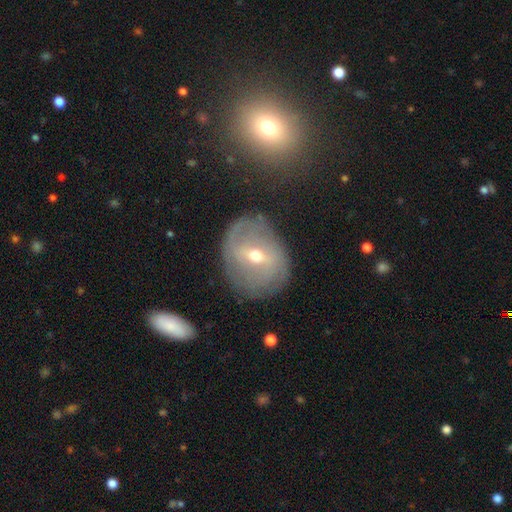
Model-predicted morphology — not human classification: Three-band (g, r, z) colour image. It shows a featured or disk galaxy (67%) with a weak bar (49%), spiral arms (65%) and a moderate central bulge (49%). Merging: none (73%).